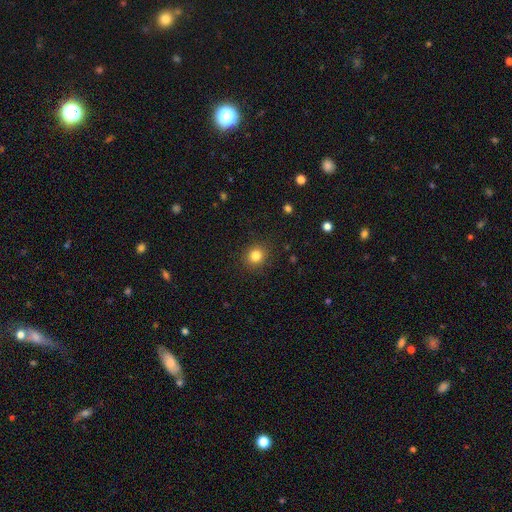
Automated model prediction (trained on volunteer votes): Q: Smooth or featured?
A: smooth (83%); runner-up: star or artifact (12%)
Q: How rounded?
A: round (88%); runner-up: in between (11%)
Q: Merging?
A: none (90%); runner-up: minor disturbance (7%)